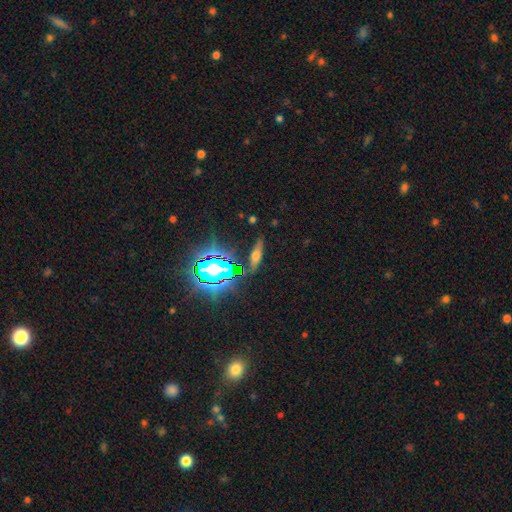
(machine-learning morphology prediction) type=featured or disk (39%); merging=none (82%).